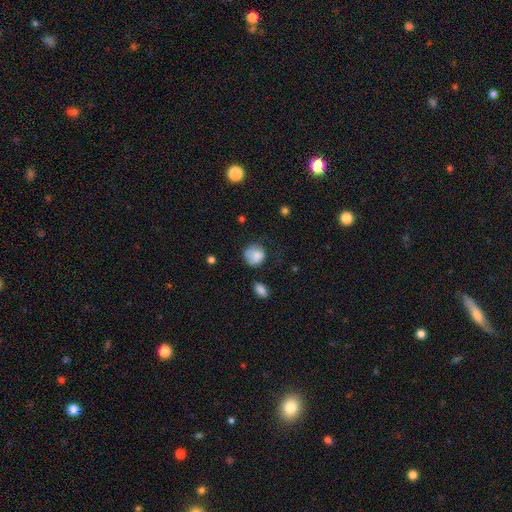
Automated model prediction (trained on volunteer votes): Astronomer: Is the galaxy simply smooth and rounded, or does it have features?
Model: smooth — 82%.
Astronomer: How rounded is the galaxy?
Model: round — 77%.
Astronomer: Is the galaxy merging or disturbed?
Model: none — 50% (runner-up: minor disturbance, 32%).